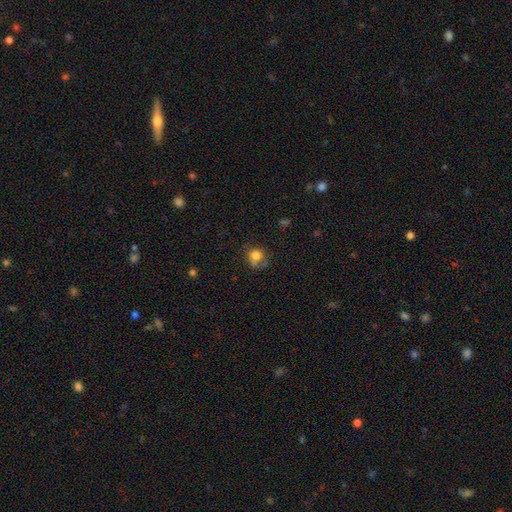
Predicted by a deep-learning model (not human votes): Smooth or featured?
  - smooth: 78% *
  - star or artifact: 11%
  - featured or disk: 11%
How rounded?
  - round: 81% *
  - in between: 18%
  - cigar-shaped: 1%
Merging?
  - none: 56% *
  - minor disturbance: 24%
  - merger: 11%
  - major disturbance: 10%